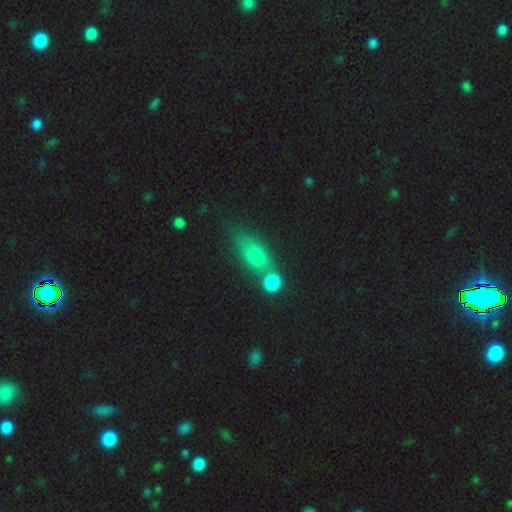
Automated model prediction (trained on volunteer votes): Morphology: type=smooth (69%); roundness=in between (69%); merging=none (46%).